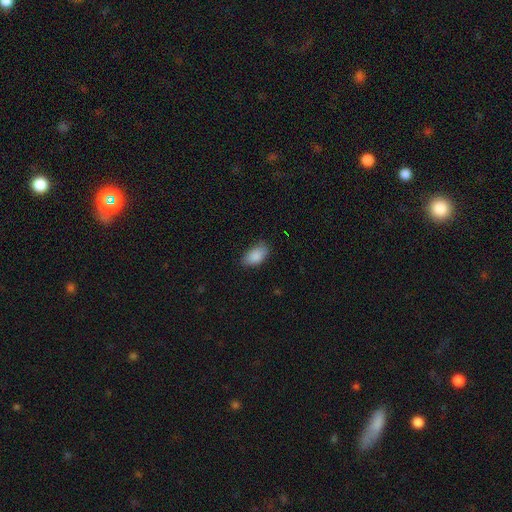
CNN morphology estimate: This is clearly a smooth galaxy (89%). How rounded: clearly in between (93%). Merging: likely none (78%).